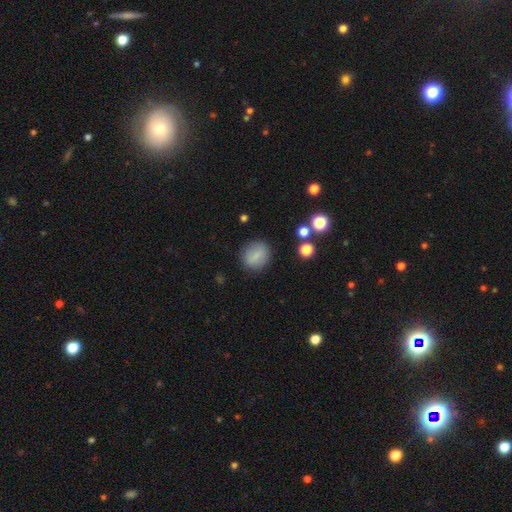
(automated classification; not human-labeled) smooth_or_featured: smooth (p=0.77) [alt: featured or disk p=0.14]
how_rounded: round (p=0.69) [alt: in between p=0.30]
merging: none (p=0.86) [alt: minor disturbance p=0.09]